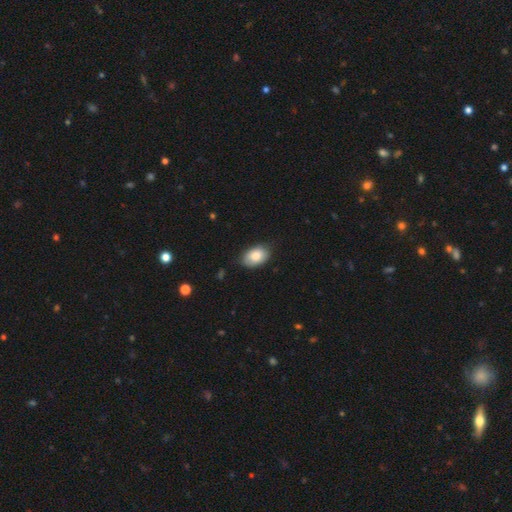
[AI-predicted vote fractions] smooth_or_featured: smooth (p=0.81) [alt: featured or disk p=0.12]
how_rounded: in between (p=0.89) [alt: round p=0.10]
merging: none (p=0.78) [alt: minor disturbance p=0.18]